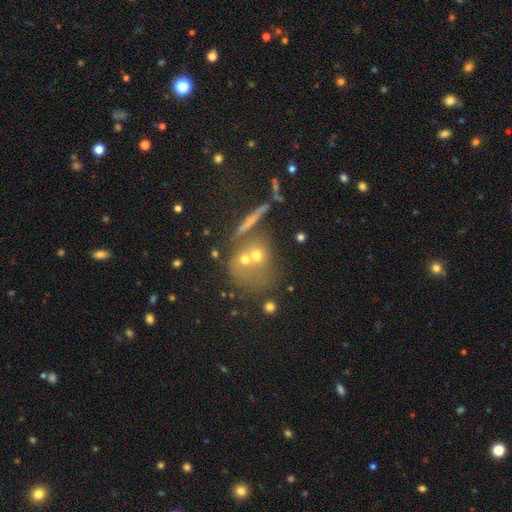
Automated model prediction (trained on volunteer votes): Overall: smooth (51%; featured or disk 30%). How rounded: round (66%; in between 28%). Merging: merger (43%; none 37%).